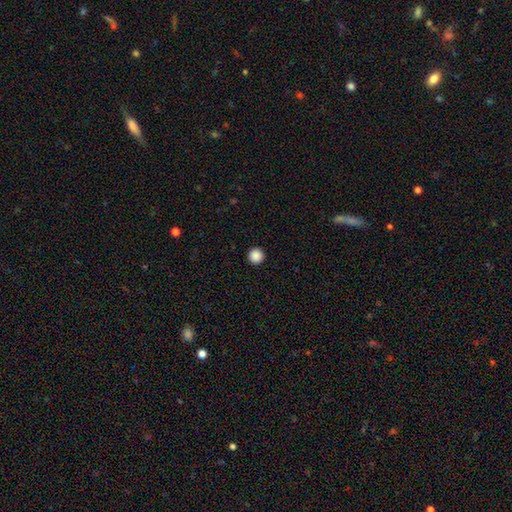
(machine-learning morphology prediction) smooth_or_featured: smooth (p=0.89) [alt: star or artifact p=0.09]
how_rounded: round (p=0.97) [alt: in between p=0.02]
merging: none (p=0.94) [alt: minor disturbance p=0.03]